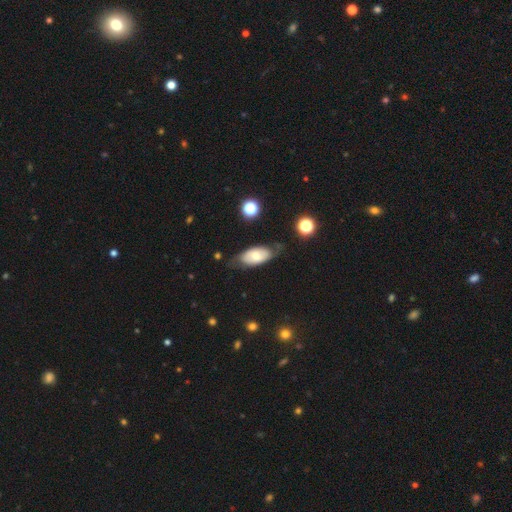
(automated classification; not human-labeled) A smooth galaxy with no disk features (57%) that is in between round and cigar-shaped (90%). Merging: none (67%).